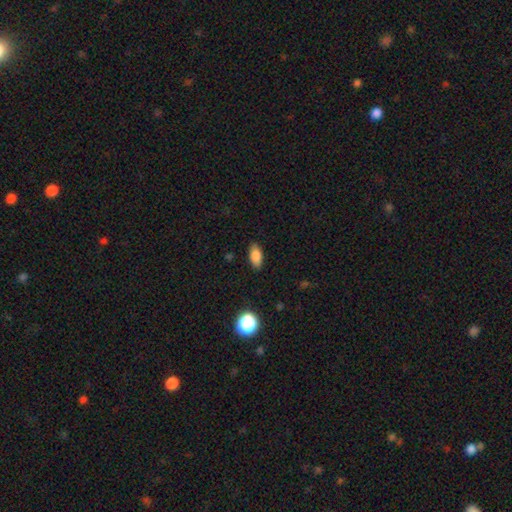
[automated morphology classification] Smooth or featured?
  - smooth: 85% *
  - star or artifact: 9%
  - featured or disk: 6%
How rounded?
  - in between: 89% *
  - cigar-shaped: 7%
  - round: 4%
Merging?
  - none: 86% *
  - minor disturbance: 10%
  - major disturbance: 2%
  - merger: 1%